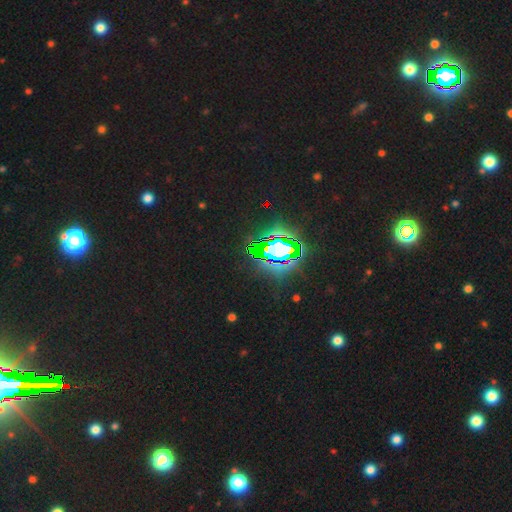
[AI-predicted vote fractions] Smooth or featured? star or artifact (84%)